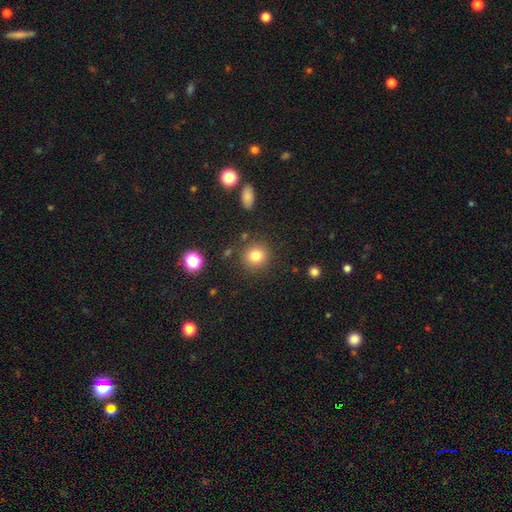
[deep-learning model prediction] This appears to be a smooth galaxy with no disk features (81%) that is round (90%). Merging: none (85%).